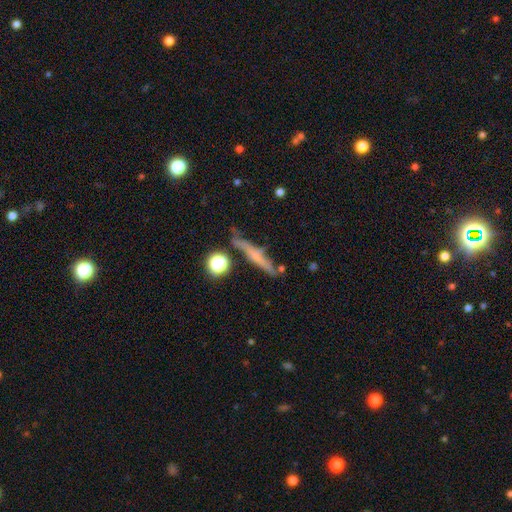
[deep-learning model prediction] Smooth or featured?
  - featured or disk: 52% *
  - smooth: 38%
  - star or artifact: 10%
Edge-on disk?
  - yes: 91% *
  - no: 9%
Merging?
  - none: 73% *
  - minor disturbance: 16%
  - merger: 6%
  - major disturbance: 5%